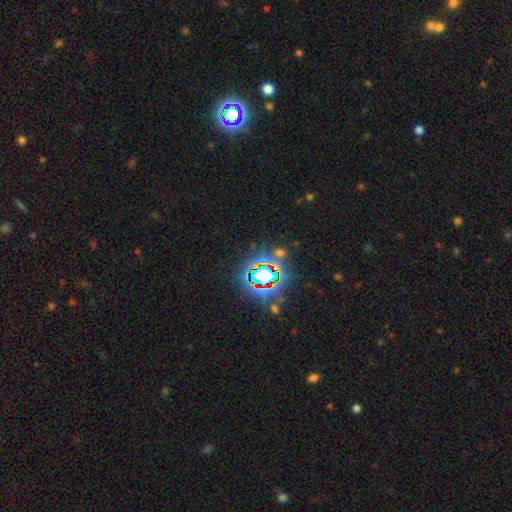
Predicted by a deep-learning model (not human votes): Overall: star or artifact (82%).